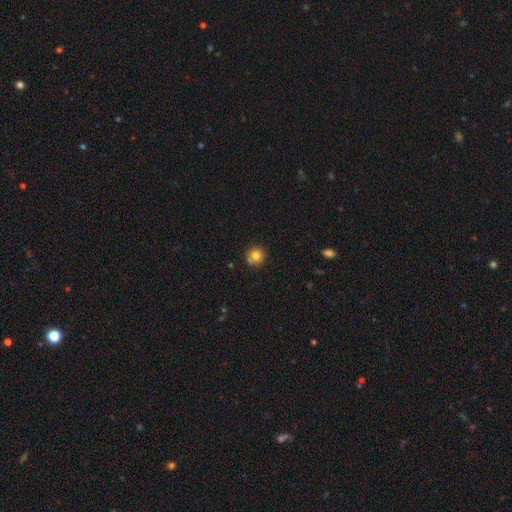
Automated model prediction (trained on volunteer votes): Q: Smooth or featured?
A: smooth (78%); runner-up: star or artifact (11%)
Q: How rounded?
A: round (92%); runner-up: in between (7%)
Q: Merging?
A: none (76%); runner-up: merger (11%)